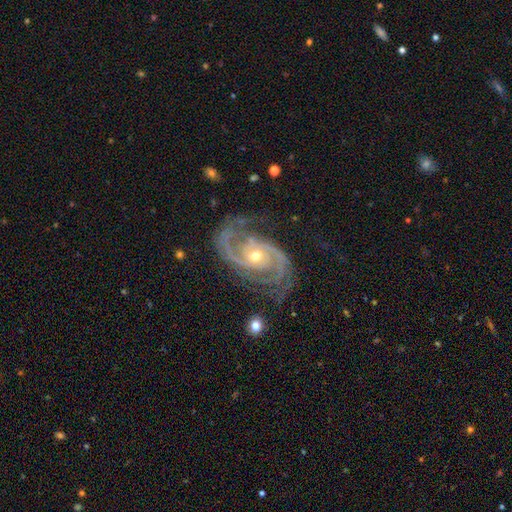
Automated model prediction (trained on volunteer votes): Morphology: type=featured or disk (93%); edge-on=no (97%); bar=no (69%); spiral arms=yes (99%); winding=tight (49%); arm count=2 (70%); bulge=moderate (51%); merging=none (72%).